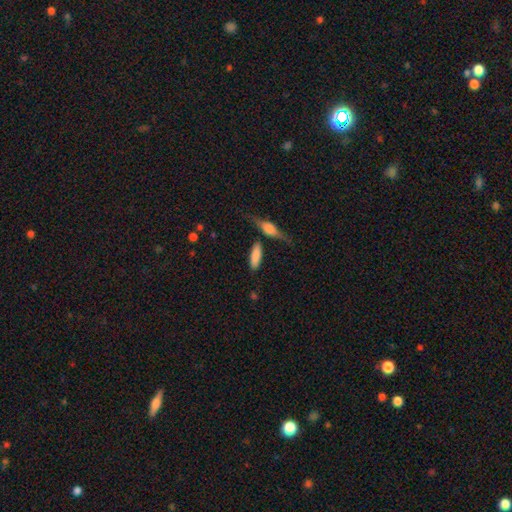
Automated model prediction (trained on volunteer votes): Morphology: type=smooth (82%); roundness=in between (65%); merging=none (65%).